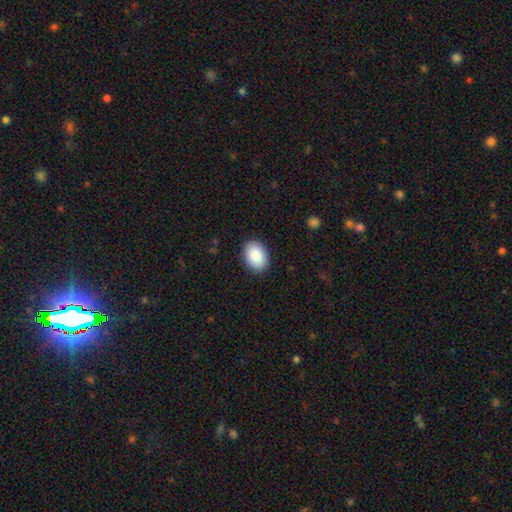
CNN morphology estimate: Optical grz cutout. It shows a smooth galaxy with no disk features (89%) that is in between round and cigar-shaped (79%). Merging: none (90%).